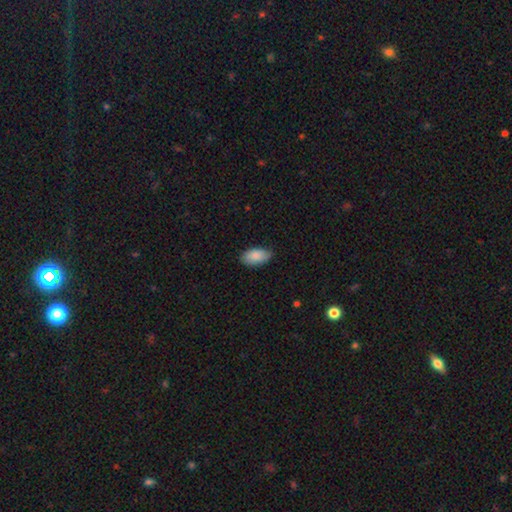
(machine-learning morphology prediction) This is clearly a smooth galaxy (84%). How rounded: clearly in between (95%). Merging: likely none (76%).